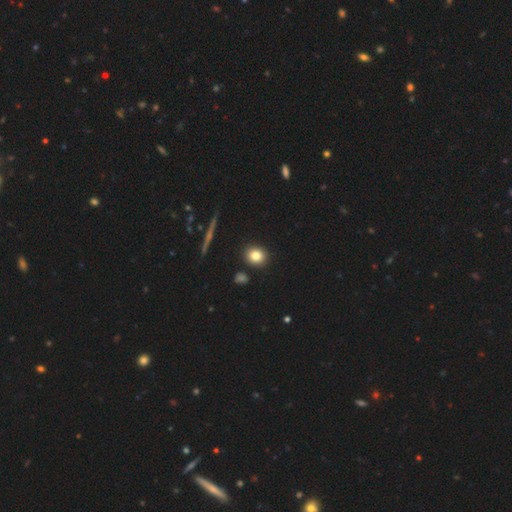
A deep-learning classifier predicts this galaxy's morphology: smooth_or_featured: smooth (p=0.82) [alt: star or artifact p=0.10]
how_rounded: round (p=0.75) [alt: in between p=0.23]
merging: none (p=0.89) [alt: minor disturbance p=0.06]